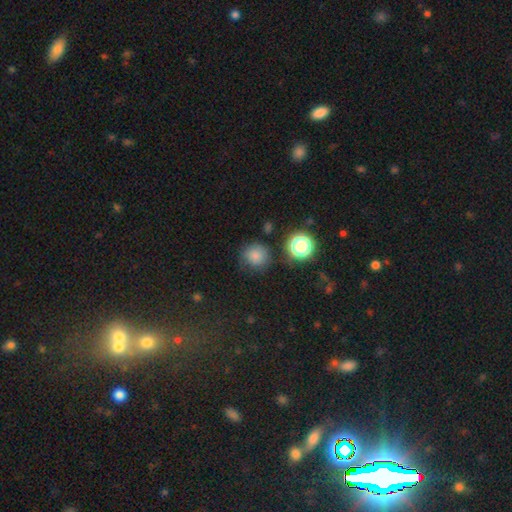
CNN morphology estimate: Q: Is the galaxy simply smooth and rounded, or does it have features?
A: smooth — 77%.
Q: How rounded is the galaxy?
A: round — 91%.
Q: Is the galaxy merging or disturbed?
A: none — 75%.